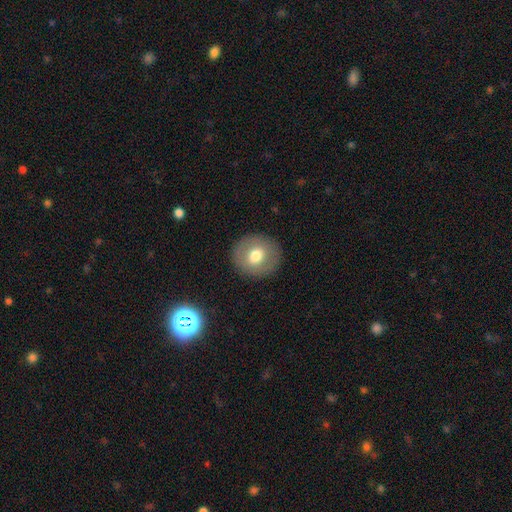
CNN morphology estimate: smooth 68%, featured or disk 24%, star or artifact 8%. Down the decision tree: how rounded — round (84%); merging — none (89%).